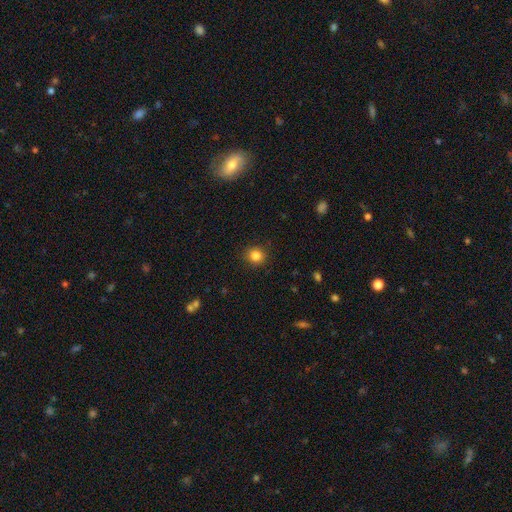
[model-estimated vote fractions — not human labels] Morphology: type=smooth (84%); roundness=round (88%); merging=none (90%).